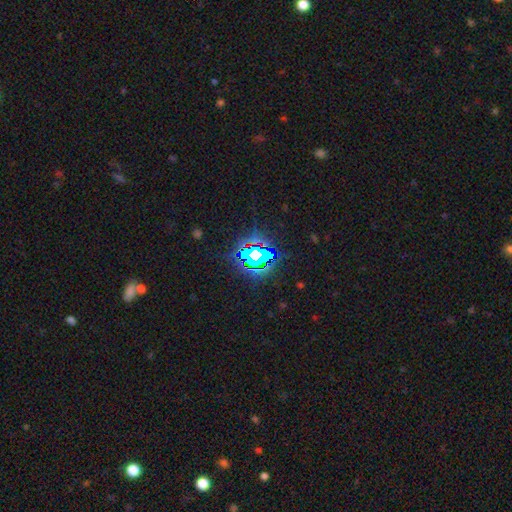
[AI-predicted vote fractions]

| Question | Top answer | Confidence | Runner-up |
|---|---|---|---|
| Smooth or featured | star or artifact | 74% | smooth (14%) |